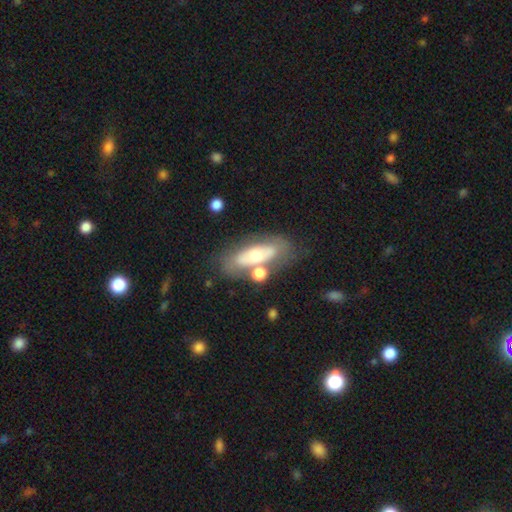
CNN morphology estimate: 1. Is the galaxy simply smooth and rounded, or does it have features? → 52% featured or disk, 40% smooth, 7% star or artifact.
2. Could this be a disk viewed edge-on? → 75% no, 25% yes.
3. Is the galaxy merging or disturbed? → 63% none, 15% minor disturbance, 14% merger, 8% major disturbance.